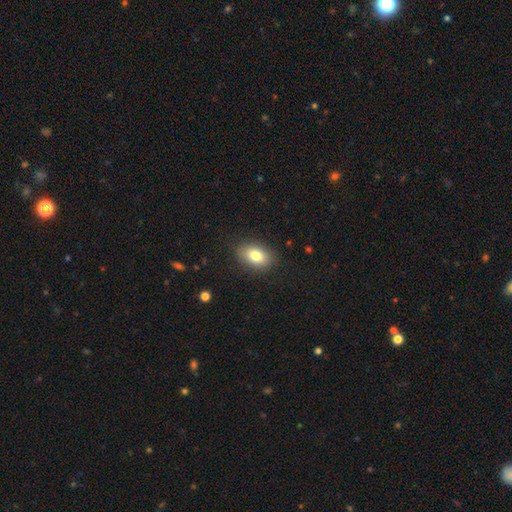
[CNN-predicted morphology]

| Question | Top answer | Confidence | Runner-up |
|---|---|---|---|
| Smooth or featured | smooth | 80% | featured or disk (12%) |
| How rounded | in between | 85% | round (13%) |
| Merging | none | 86% | minor disturbance (10%) |